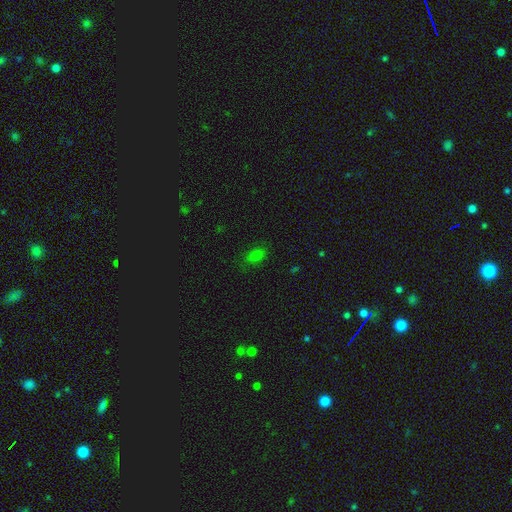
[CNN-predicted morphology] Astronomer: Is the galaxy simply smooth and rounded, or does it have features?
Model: smooth — 78%.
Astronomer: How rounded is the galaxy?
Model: in between — 86%.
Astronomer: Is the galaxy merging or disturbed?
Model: none — 79%.